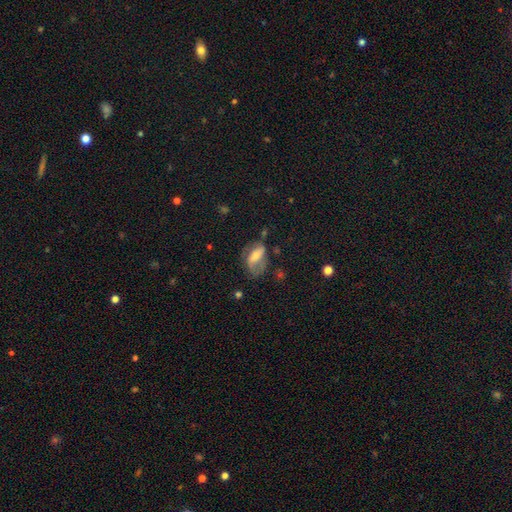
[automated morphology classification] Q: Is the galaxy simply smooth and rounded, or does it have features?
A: smooth — 48%.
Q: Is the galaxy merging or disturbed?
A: none — 42%.